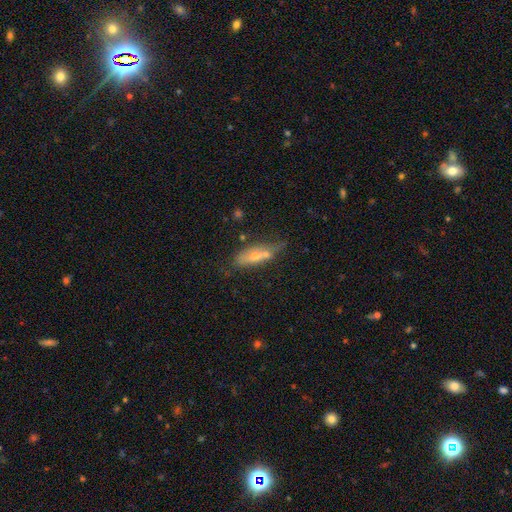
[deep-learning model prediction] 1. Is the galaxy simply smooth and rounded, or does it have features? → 46% smooth, 44% featured or disk, 10% star or artifact.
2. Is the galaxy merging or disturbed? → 50% none, 21% merger, 21% minor disturbance, 8% major disturbance.